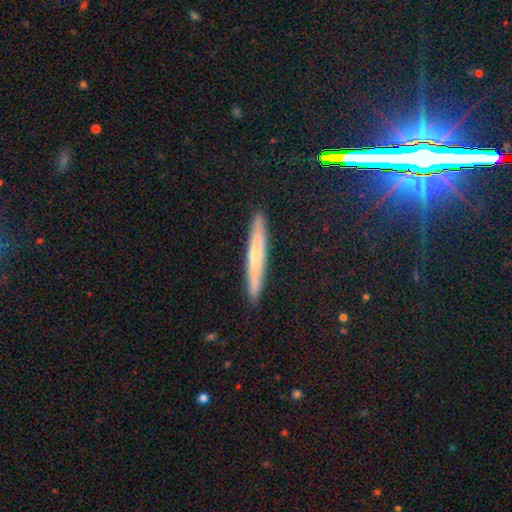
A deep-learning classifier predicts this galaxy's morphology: The model was most divided on "smooth or featured": smooth: 48%, featured or disk: 44%, star or artifact: 8%. More confident: merging — none (91%).